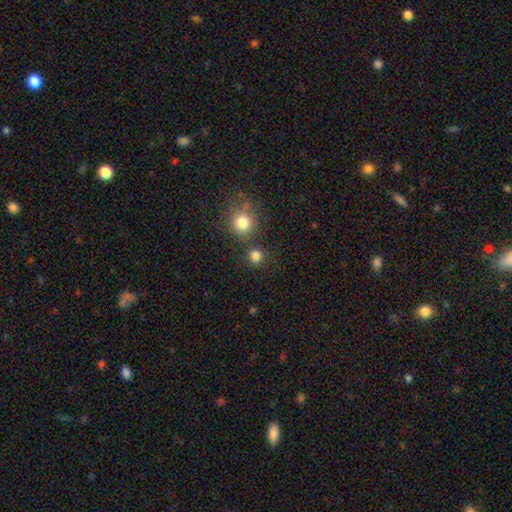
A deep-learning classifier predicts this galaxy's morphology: Smooth or featured?
  - smooth: 82% *
  - star or artifact: 14%
  - featured or disk: 5%
How rounded?
  - round: 91% *
  - in between: 8%
  - cigar-shaped: 1%
Merging?
  - none: 76% *
  - merger: 14%
  - minor disturbance: 7%
  - major disturbance: 3%